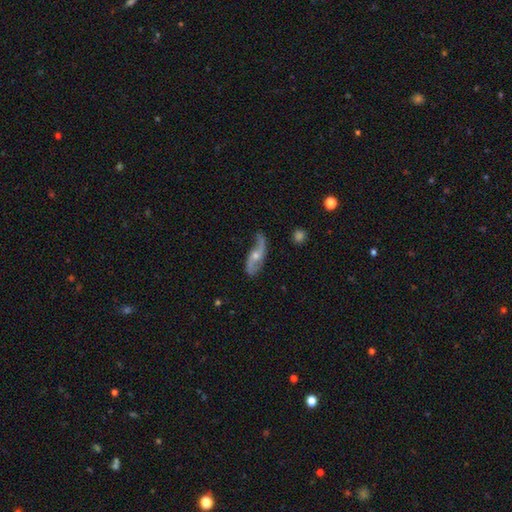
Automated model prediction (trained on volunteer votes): A featured or disk galaxy (82%) with no bar (61%), 2 (90%) loose (75%) spiral arms (93%) and a moderate central bulge (48%). Merging: none (68%).